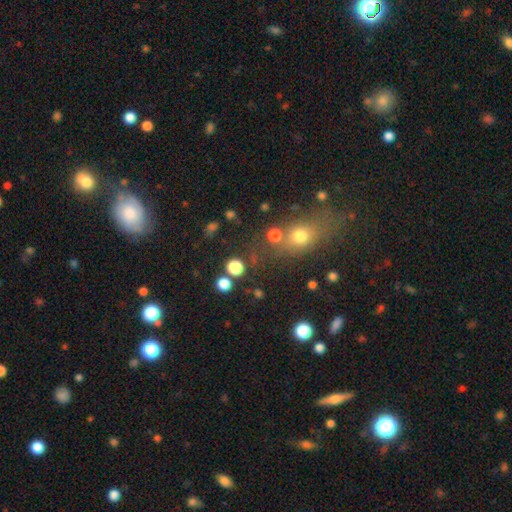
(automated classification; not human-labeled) A smooth galaxy with no disk features (52%) that is round (49%). Merging: none (65%).